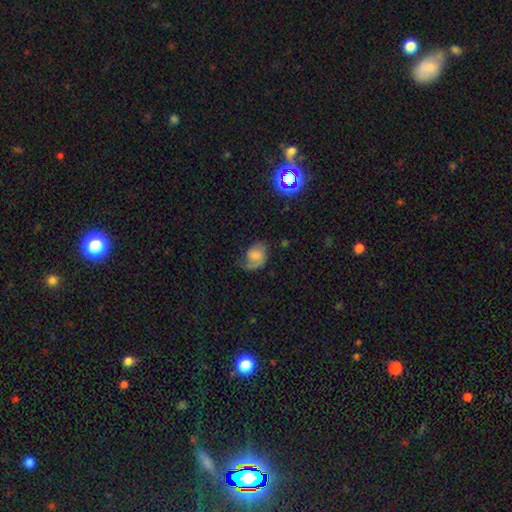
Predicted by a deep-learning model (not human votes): Overall: featured or disk (49%; smooth 40%). Merging: none (46%; minor disturbance 29%).